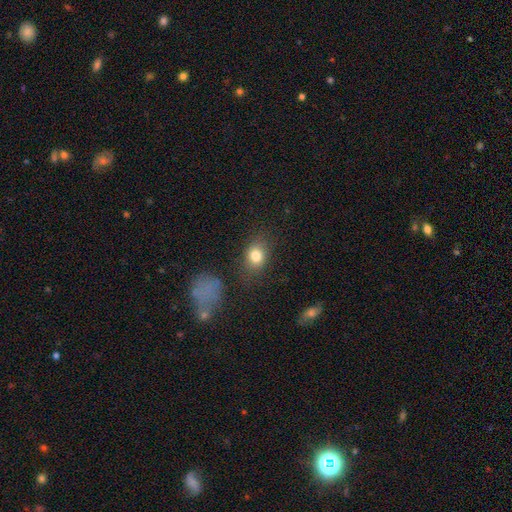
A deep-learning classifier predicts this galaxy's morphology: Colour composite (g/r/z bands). It shows a smooth galaxy with no disk features (80%) that is in between round and cigar-shaped (57%). Merging: none (74%).